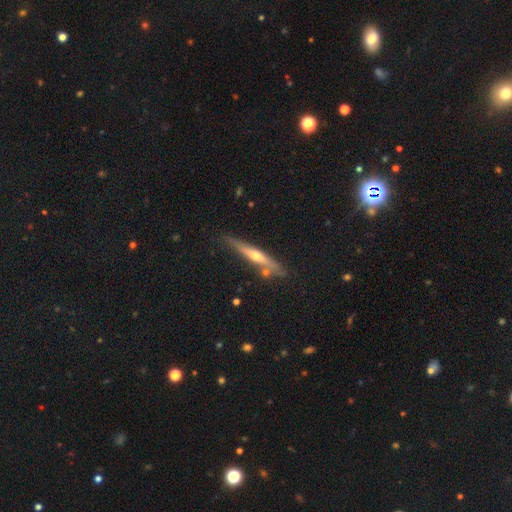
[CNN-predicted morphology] smooth_or_featured: featured or disk (p=0.64) [alt: smooth p=0.29]
disk_edge_on: yes (p=0.93) [alt: no p=0.07]
edge_on_bulge: rounded (p=0.83) [alt: none p=0.13]
merging: none (p=0.76) [alt: minor disturbance p=0.16]